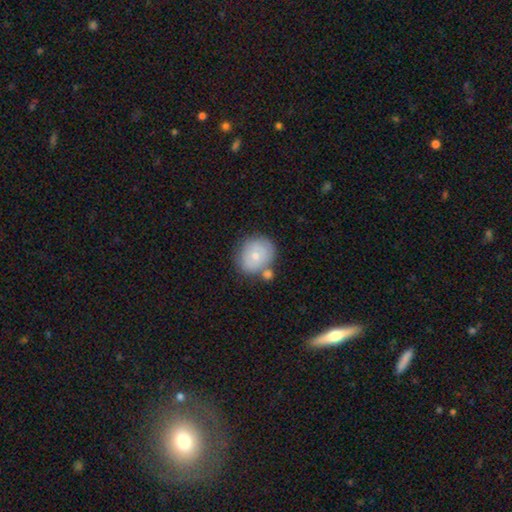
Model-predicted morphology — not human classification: Smooth or featured? Predicted: smooth (p=0.67). How rounded? Predicted: round (p=0.75). Merging? Predicted: none (p=0.58).